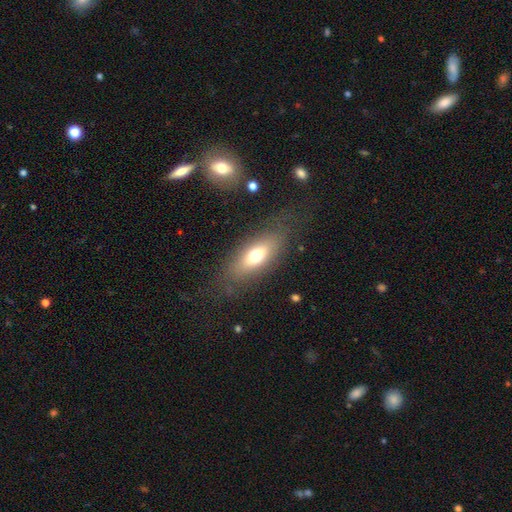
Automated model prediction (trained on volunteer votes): Smooth or featured? smooth (64%)
How rounded? in between (73%)
Merging? none (79%)